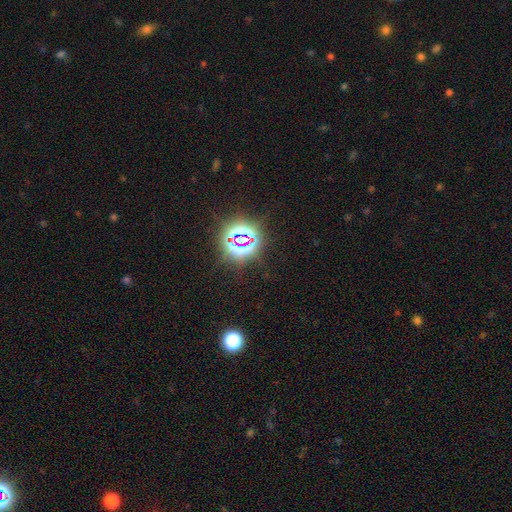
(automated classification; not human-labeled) This appears to be a star or artifact, not a galaxy (76%).